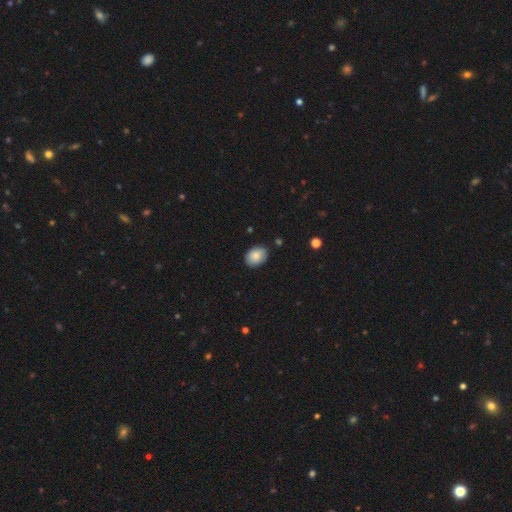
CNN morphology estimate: Overall: smooth (83%). How rounded: in between (74%). Merging: none (82%).